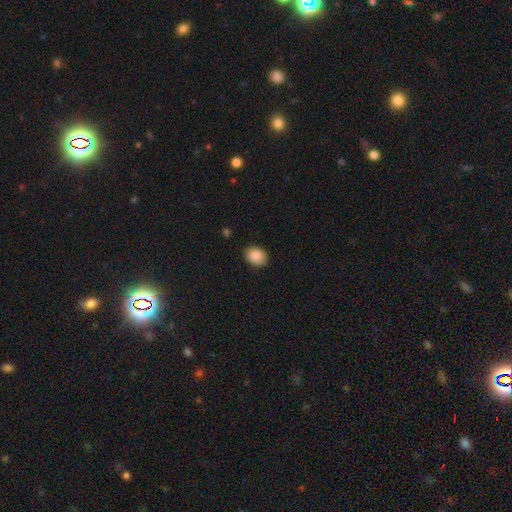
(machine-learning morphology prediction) Smooth or featured? Predicted: smooth (p=0.89). How rounded? Predicted: in between (p=0.60). Merging? Predicted: none (p=0.86).